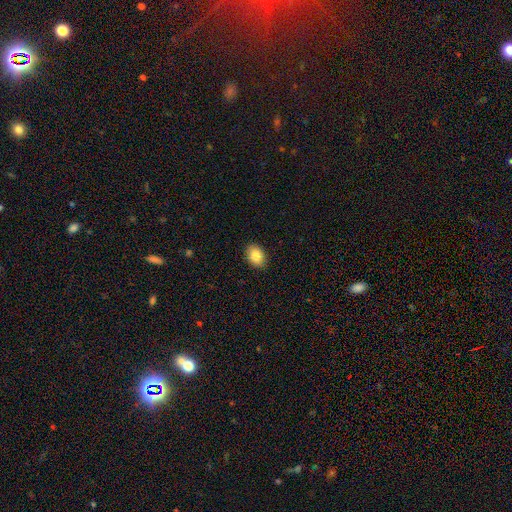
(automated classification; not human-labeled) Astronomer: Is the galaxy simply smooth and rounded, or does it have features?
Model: smooth — 85%.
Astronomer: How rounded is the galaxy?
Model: in between — 76%.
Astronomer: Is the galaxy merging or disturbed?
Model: none — 90%.